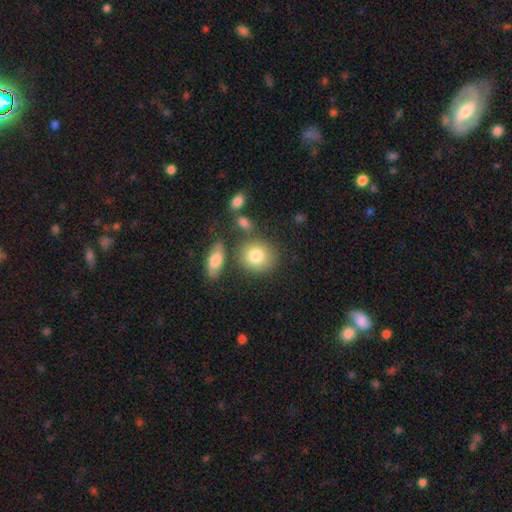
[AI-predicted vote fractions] This is clearly a smooth galaxy (81%). How rounded: likely round (77%). Merging: likely none (72%).